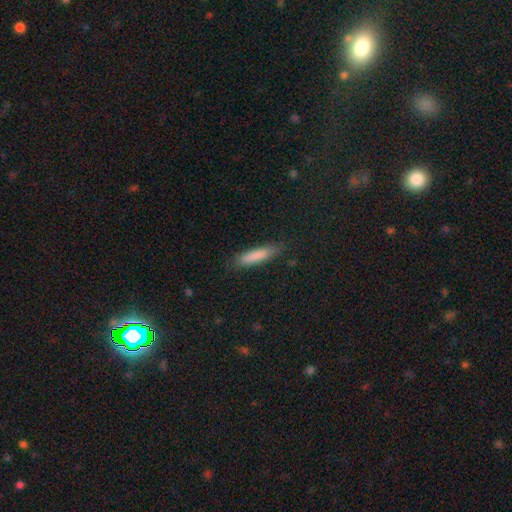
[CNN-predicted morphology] Smooth or featured: smooth — 83% (featured or disk — 10%)
How rounded: cigar-shaped — 80% (in between — 19%)
Merging: none — 84% (minor disturbance — 12%)